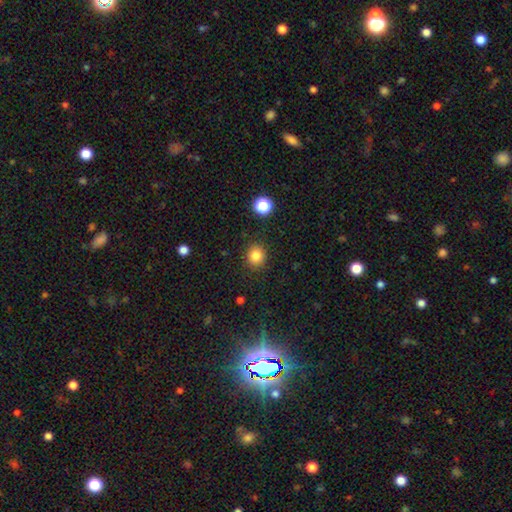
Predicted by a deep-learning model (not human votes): Morphology: type=smooth (83%); roundness=round (84%); merging=none (89%).